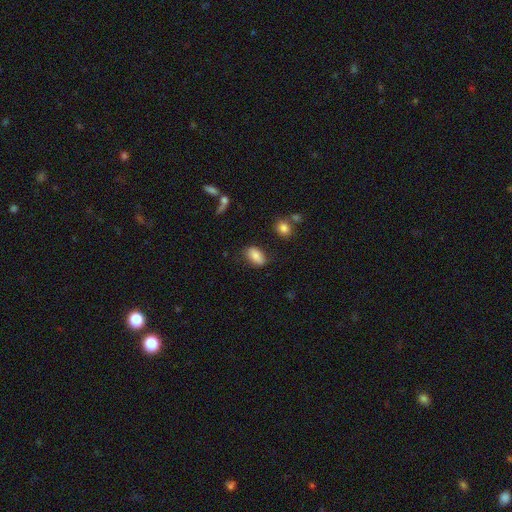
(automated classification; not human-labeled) Smooth or featured?
  - smooth: 83% *
  - featured or disk: 9%
  - star or artifact: 8%
How rounded?
  - in between: 90% *
  - round: 6%
  - cigar-shaped: 3%
Merging?
  - none: 73% *
  - minor disturbance: 19%
  - major disturbance: 5%
  - merger: 3%